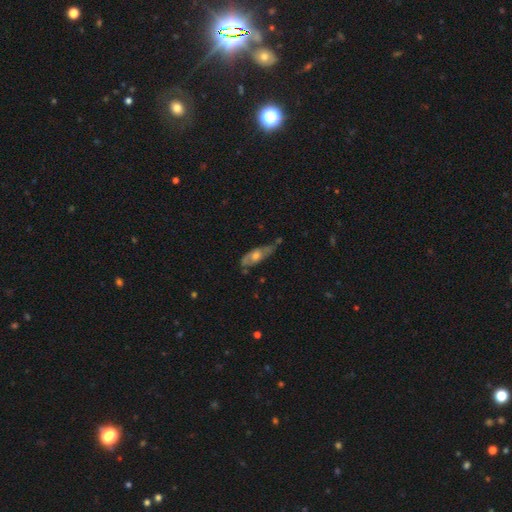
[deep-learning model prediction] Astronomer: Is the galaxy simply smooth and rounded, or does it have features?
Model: featured or disk — 57% (runner-up: smooth, 37%).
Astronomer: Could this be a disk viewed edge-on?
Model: no — 71%.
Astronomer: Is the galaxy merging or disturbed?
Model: none — 48% (runner-up: minor disturbance, 33%).